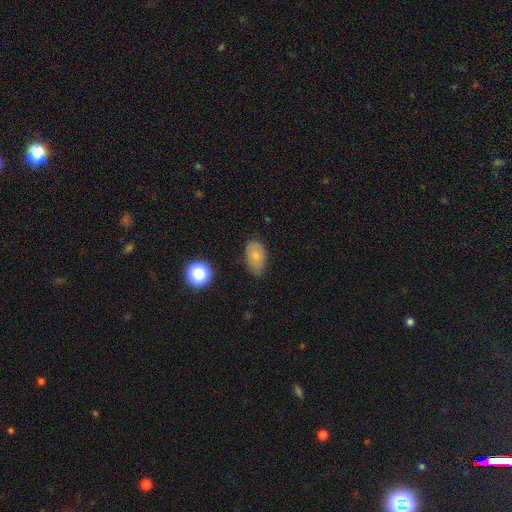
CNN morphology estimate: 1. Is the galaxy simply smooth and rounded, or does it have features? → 69% smooth, 21% featured or disk, 11% star or artifact.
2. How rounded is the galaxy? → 84% in between, 15% round, 2% cigar-shaped.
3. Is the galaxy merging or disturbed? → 67% none, 26% minor disturbance, 6% major disturbance, 2% merger.